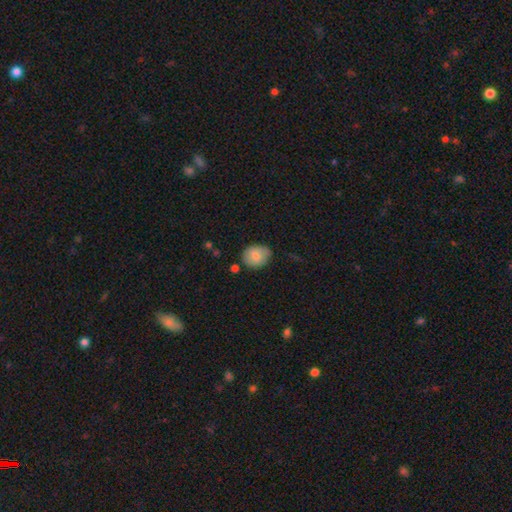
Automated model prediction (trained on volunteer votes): Overall: smooth (81%). How rounded: round (52%; in between 47%). Merging: none (70%).